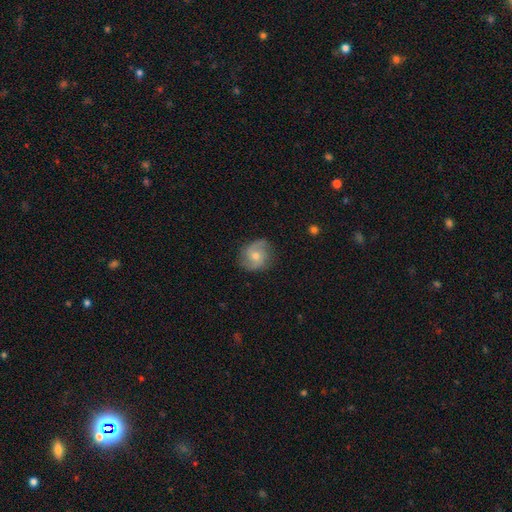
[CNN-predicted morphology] smooth_or_featured: featured or disk (p=0.59) [alt: smooth p=0.34]
disk_edge_on: no (p=0.97) [alt: yes p=0.03]
bar: no (p=0.60) [alt: weak p=0.34]
has_spiral_arms: yes (p=0.89) [alt: no p=0.11]
spiral_winding: medium (p=0.48) [alt: loose p=0.29]
spiral_arm_count: 2 (p=0.82) [alt: can't tell p=0.08]
bulge_size: moderate (p=0.63) [alt: small p=0.29]
merging: none (p=0.77) [alt: minor disturbance p=0.17]